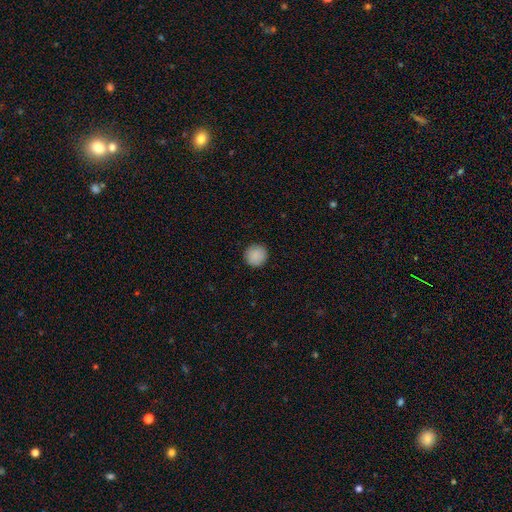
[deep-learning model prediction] The model was most divided on "smooth or featured": smooth: 90%, star or artifact: 7%, featured or disk: 3%. More confident: how rounded — round (95%); merging — none (92%).